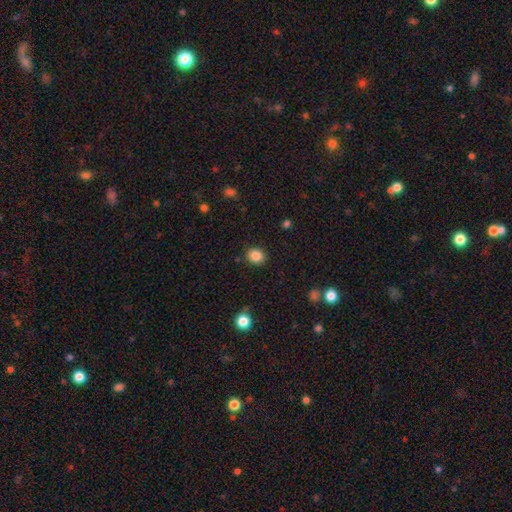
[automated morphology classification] The model was most divided on "how rounded": round: 73%, in between: 26%, cigar-shaped: 1%. More confident: merging — none (88%); smooth or featured — smooth (86%).